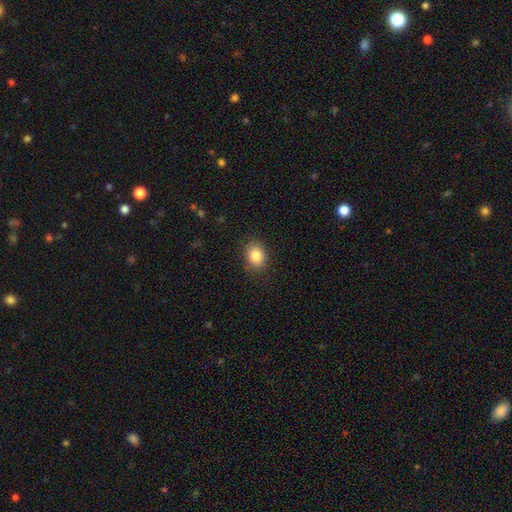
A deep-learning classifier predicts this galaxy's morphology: This appears to be a smooth galaxy with no disk features (84%) that is in between round and cigar-shaped (52%). Merging: none (86%).